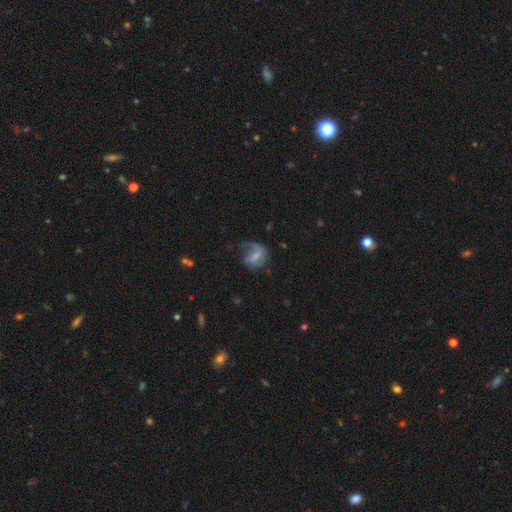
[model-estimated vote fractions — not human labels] Smooth or featured? smooth (46%, tied with featured or disk)
Merging? none (40%)